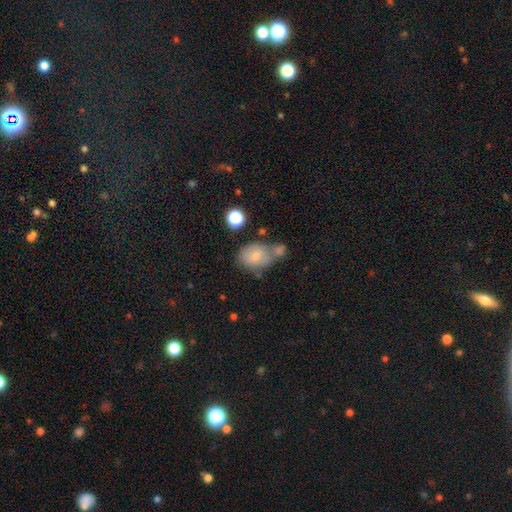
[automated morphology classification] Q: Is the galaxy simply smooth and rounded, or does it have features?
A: smooth — 72%.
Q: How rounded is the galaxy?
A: in between — 69%.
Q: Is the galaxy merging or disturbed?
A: none — 41%.